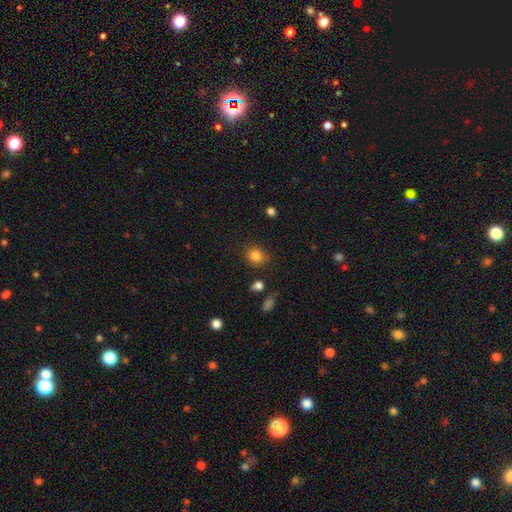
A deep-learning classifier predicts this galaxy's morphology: Smooth or featured?
  - smooth: 83% *
  - star or artifact: 11%
  - featured or disk: 6%
How rounded?
  - round: 77% *
  - in between: 22%
  - cigar-shaped: 1%
Merging?
  - none: 84% *
  - minor disturbance: 11%
  - major disturbance: 3%
  - merger: 2%